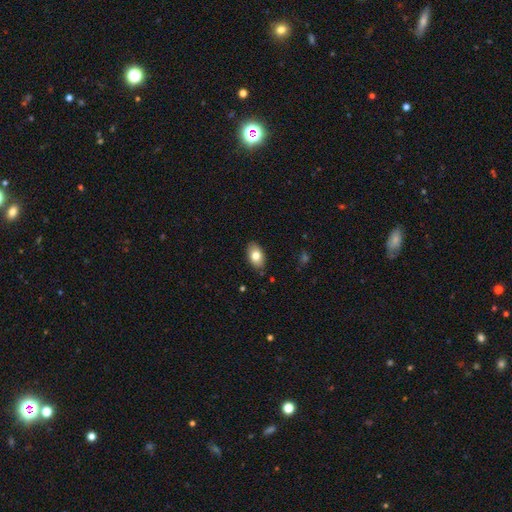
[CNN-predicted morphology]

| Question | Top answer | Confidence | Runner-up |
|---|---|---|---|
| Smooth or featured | smooth | 79% | featured or disk (13%) |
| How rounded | in between | 91% | round (7%) |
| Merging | none | 86% | minor disturbance (11%) |